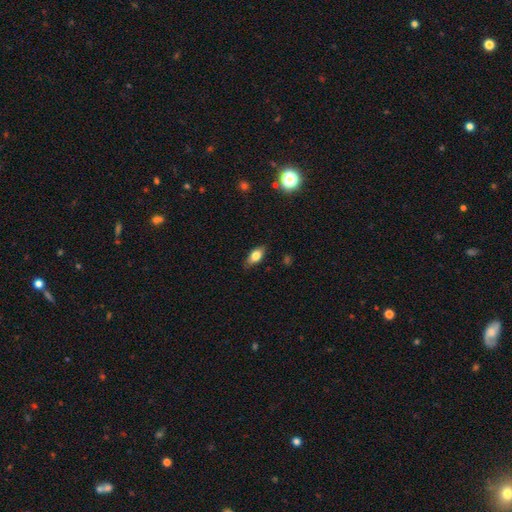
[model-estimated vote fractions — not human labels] Smooth or featured?
  - smooth: 75% *
  - featured or disk: 17%
  - star or artifact: 8%
How rounded?
  - in between: 85% *
  - cigar-shaped: 9%
  - round: 6%
Merging?
  - none: 82% *
  - minor disturbance: 15%
  - major disturbance: 3%
  - merger: 1%